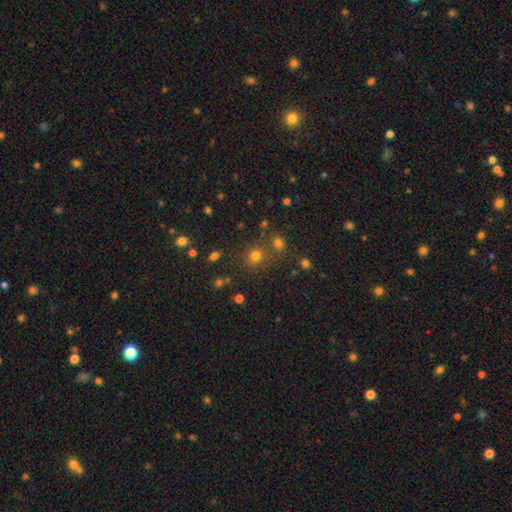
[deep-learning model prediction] This is likely a smooth galaxy (70%). How rounded: clearly round (86%). Merging: likely none (73%).